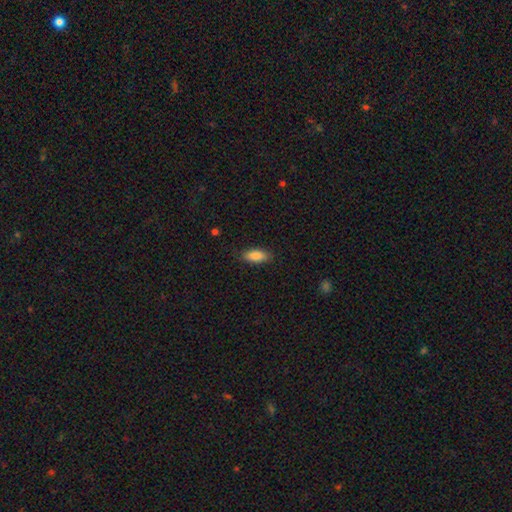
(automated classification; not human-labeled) smooth_or_featured: smooth (p=0.88) [alt: star or artifact p=0.07]
how_rounded: in between (p=0.84) [alt: cigar-shaped p=0.14]
merging: none (p=0.84) [alt: minor disturbance p=0.12]